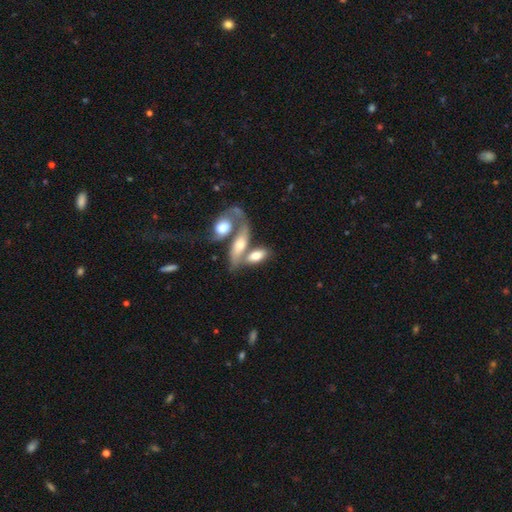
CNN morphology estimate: Smooth or featured?
  - smooth: 65% *
  - featured or disk: 28%
  - star or artifact: 6%
How rounded?
  - in between: 85% *
  - cigar-shaped: 11%
  - round: 4%
Merging?
  - merger: 57% *
  - none: 27%
  - minor disturbance: 9%
  - major disturbance: 7%